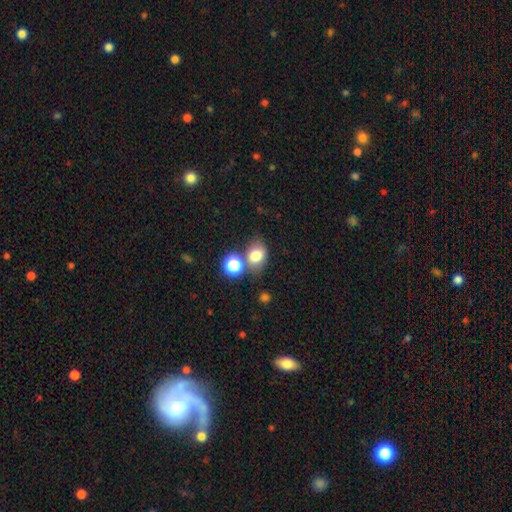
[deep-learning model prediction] Q: Smooth or featured?
A: smooth (76%); runner-up: star or artifact (14%)
Q: How rounded?
A: in between (55%); runner-up: round (44%)
Q: Merging?
A: none (62%); runner-up: merger (19%)